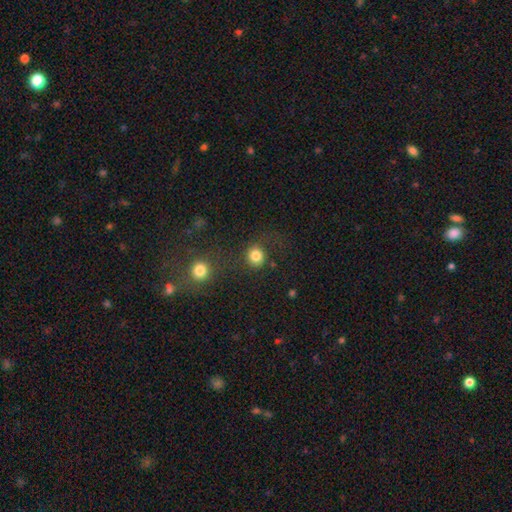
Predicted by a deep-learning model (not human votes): Morphology: type=smooth (81%); roundness=round (87%); merging=none (73%).